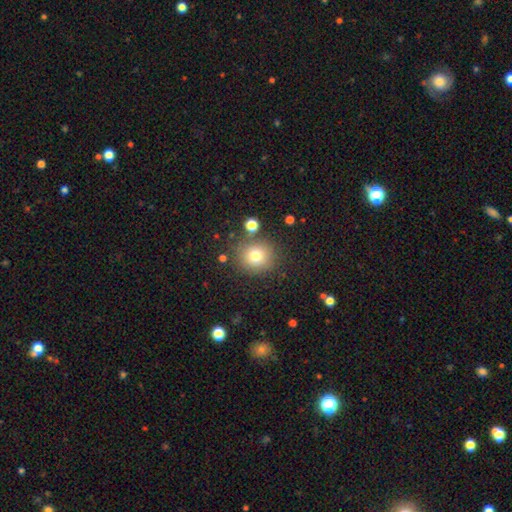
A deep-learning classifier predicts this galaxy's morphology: Q: Smooth or featured?
A: smooth (76%); runner-up: star or artifact (14%)
Q: How rounded?
A: round (86%); runner-up: in between (13%)
Q: Merging?
A: none (81%); runner-up: minor disturbance (10%)